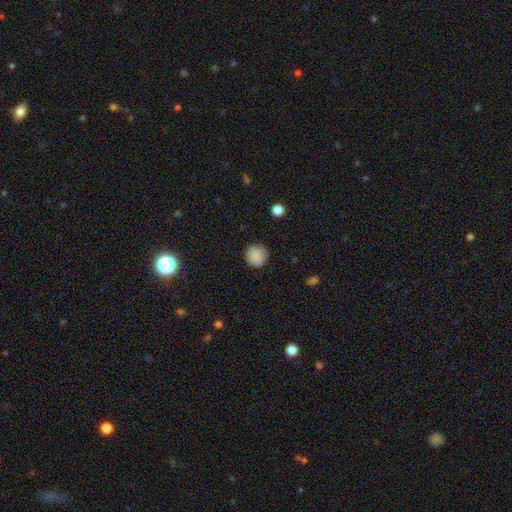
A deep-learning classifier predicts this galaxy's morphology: This is clearly a smooth galaxy (88%). How rounded: clearly round (91%). Merging: clearly none (86%).